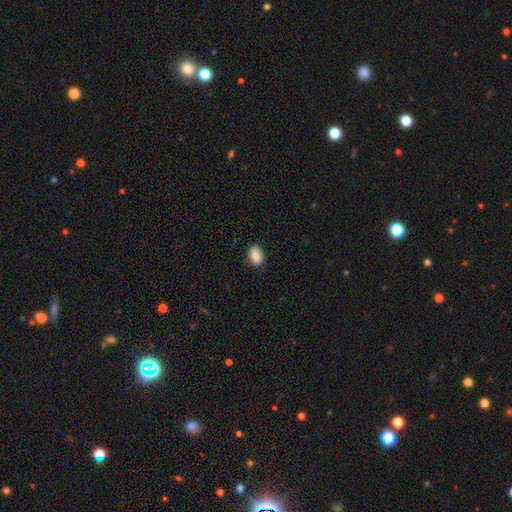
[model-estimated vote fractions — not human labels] Smooth or featured?
  - smooth: 85% *
  - star or artifact: 8%
  - featured or disk: 7%
How rounded?
  - in between: 87% *
  - round: 10%
  - cigar-shaped: 3%
Merging?
  - none: 78% *
  - minor disturbance: 18%
  - major disturbance: 3%
  - merger: 1%